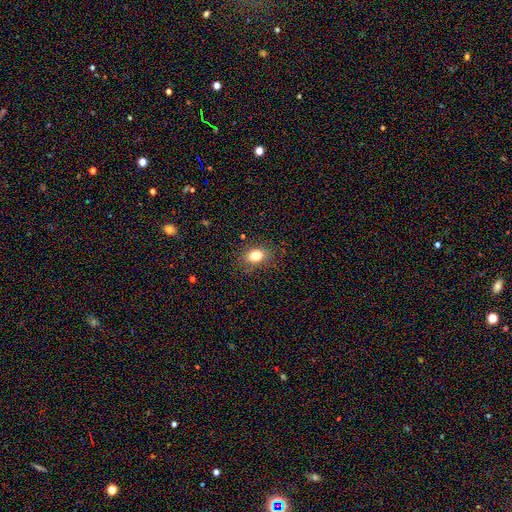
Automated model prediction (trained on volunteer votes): This appears to be a smooth galaxy with no disk features (81%) that is in between round and cigar-shaped (69%). Merging: none (82%).